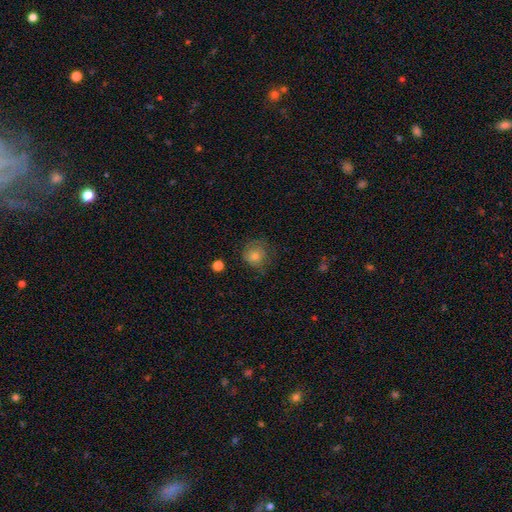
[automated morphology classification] Smooth or featured? Predicted: smooth (p=0.69). How rounded? Predicted: round (p=0.85). Merging? Predicted: none (p=0.70).